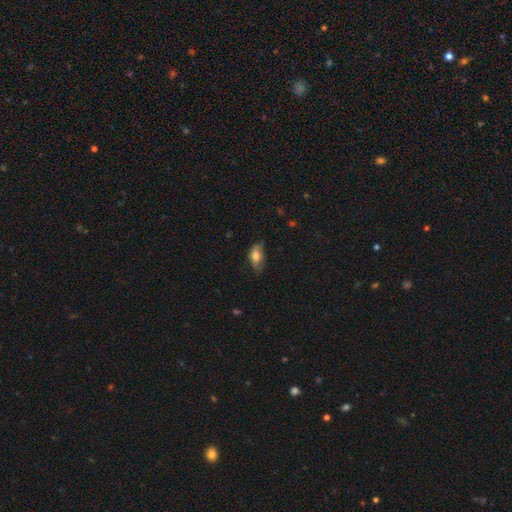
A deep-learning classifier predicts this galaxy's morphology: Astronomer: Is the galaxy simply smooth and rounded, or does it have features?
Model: smooth — 76%.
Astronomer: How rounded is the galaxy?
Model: in between — 88%.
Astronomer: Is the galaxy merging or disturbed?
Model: none — 59%.